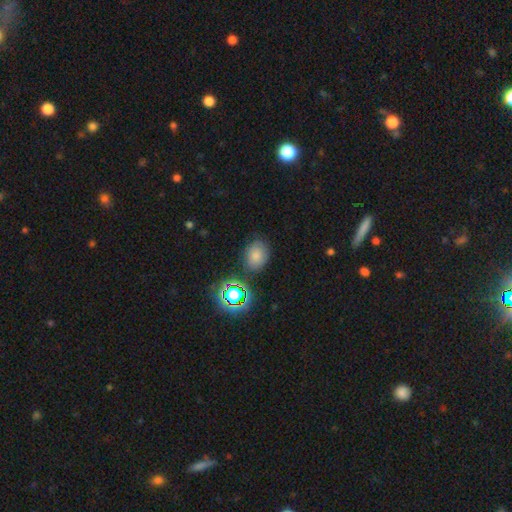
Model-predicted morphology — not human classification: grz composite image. It shows a smooth galaxy with no disk features (60%) that is in between round and cigar-shaped (49%, tied with round). Merging: none (80%).